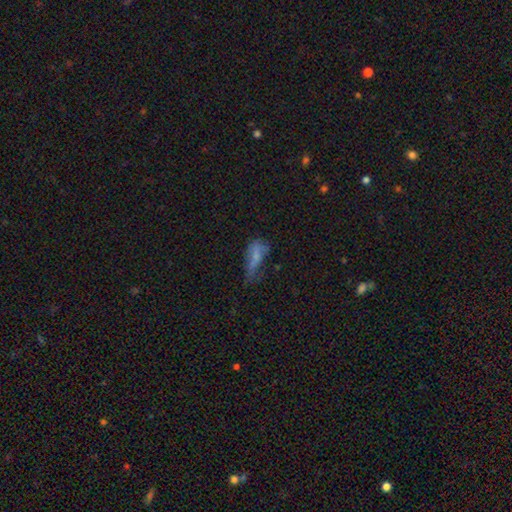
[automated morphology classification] This appears to be a smooth galaxy with no disk features (58%) that is in between round and cigar-shaped (69%). Merging: major disturbance (37%).